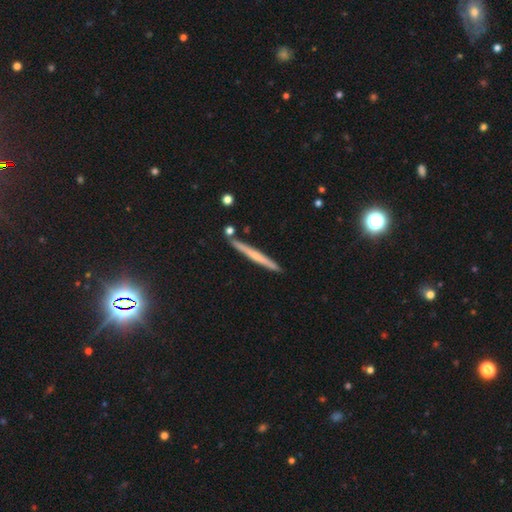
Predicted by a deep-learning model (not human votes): The model was most divided on "smooth or featured": featured or disk: 49%, smooth: 44%, star or artifact: 7%. More confident: merging — none (88%).